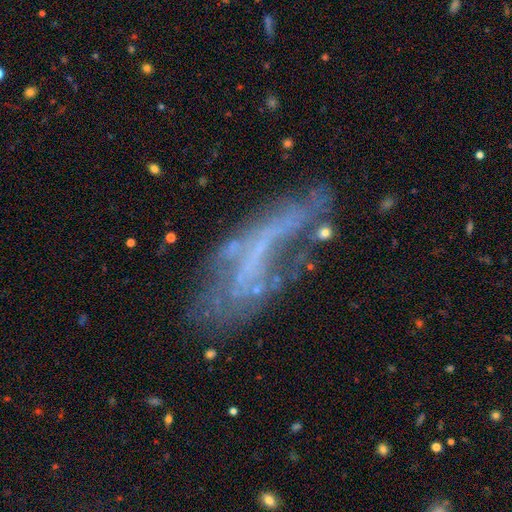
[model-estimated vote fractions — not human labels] Q: Smooth or featured?
A: featured or disk (63%); runner-up: smooth (23%)
Q: Edge-on disk?
A: no (80%); runner-up: yes (20%)
Q: Bar?
A: no (54%); runner-up: strong (25%)
Q: Spiral arms?
A: no (63%); runner-up: yes (37%)
Q: Bulge size?
A: none (74%); runner-up: small (17%)
Q: Merging?
A: none (38%); runner-up: major disturbance (31%)